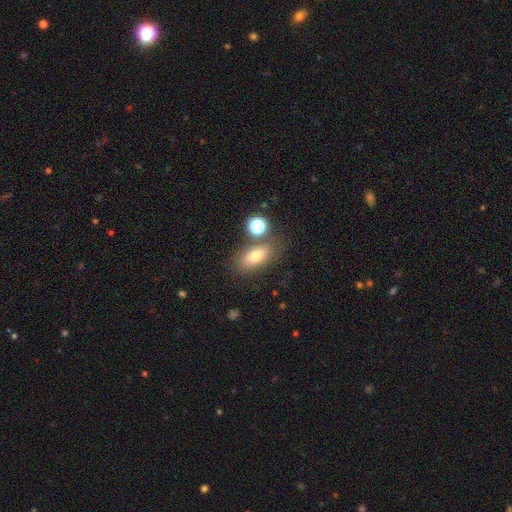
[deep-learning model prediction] The model was most divided on "merging": none: 72%, minor disturbance: 13%, merger: 11%, major disturbance: 5%. More confident: how rounded — in between (82%); smooth or featured — smooth (76%).